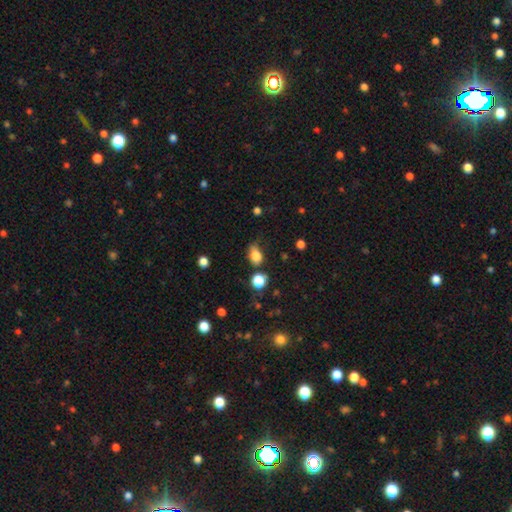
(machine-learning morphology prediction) smooth 83%, star or artifact 11%, featured or disk 6%. Down the decision tree: how rounded — in between (75%); merging — none (52%).